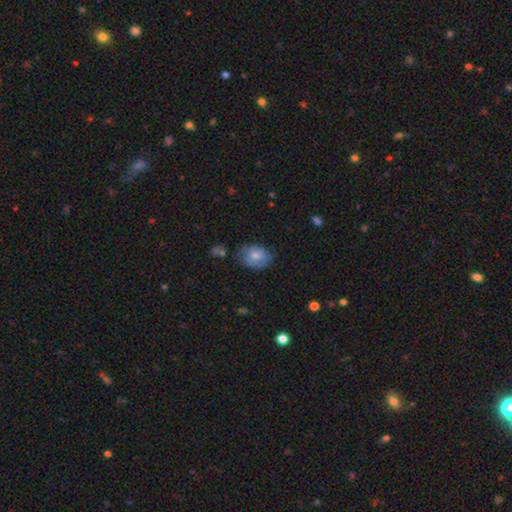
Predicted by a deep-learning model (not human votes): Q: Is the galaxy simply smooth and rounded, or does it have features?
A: smooth — 58%.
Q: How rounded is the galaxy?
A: in between — 72%.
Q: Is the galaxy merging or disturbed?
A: none — 62%.